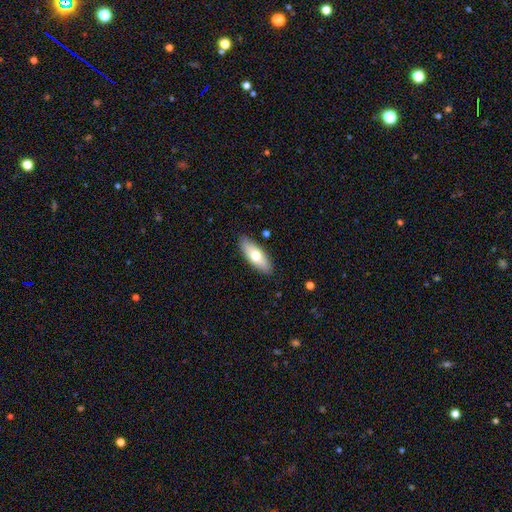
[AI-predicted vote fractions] Smooth or featured?
  - smooth: 67% *
  - featured or disk: 27%
  - star or artifact: 6%
How rounded?
  - in between: 71% *
  - cigar-shaped: 27%
  - round: 2%
Merging?
  - none: 87% *
  - minor disturbance: 10%
  - major disturbance: 2%
  - merger: 1%